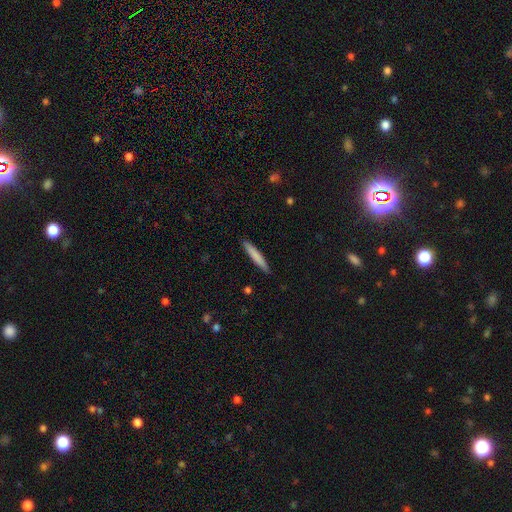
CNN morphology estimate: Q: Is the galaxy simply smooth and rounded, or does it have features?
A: smooth — 77%.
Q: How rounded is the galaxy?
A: cigar-shaped — 95%.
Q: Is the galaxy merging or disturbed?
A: none — 90%.